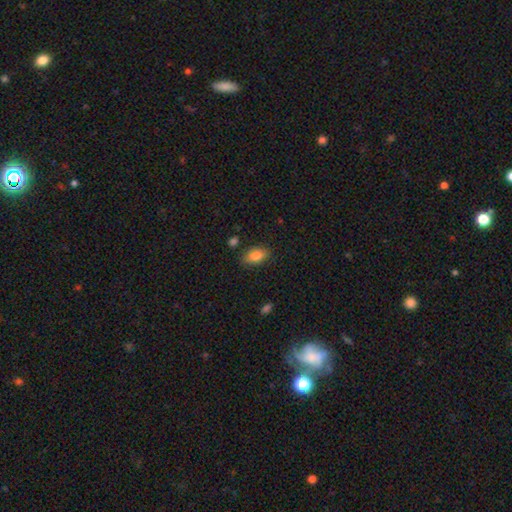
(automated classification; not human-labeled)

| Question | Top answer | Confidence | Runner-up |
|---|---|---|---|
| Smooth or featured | smooth | 85% | star or artifact (8%) |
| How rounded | in between | 89% | round (8%) |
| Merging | none | 81% | minor disturbance (14%) |